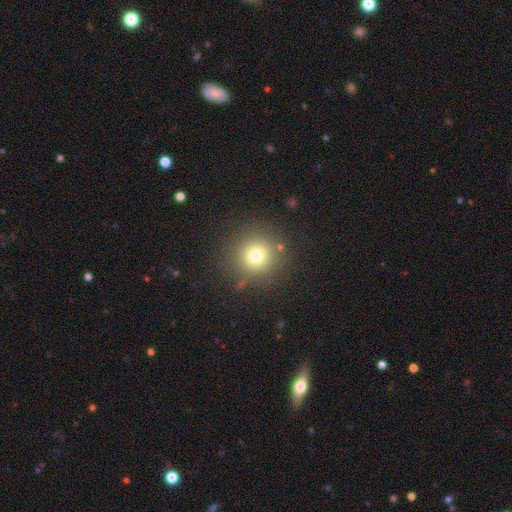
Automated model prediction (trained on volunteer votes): Smooth or featured?
  - smooth: 73% *
  - star or artifact: 16%
  - featured or disk: 11%
How rounded?
  - round: 93% *
  - in between: 6%
  - cigar-shaped: 1%
Merging?
  - none: 83% *
  - minor disturbance: 9%
  - major disturbance: 5%
  - merger: 3%